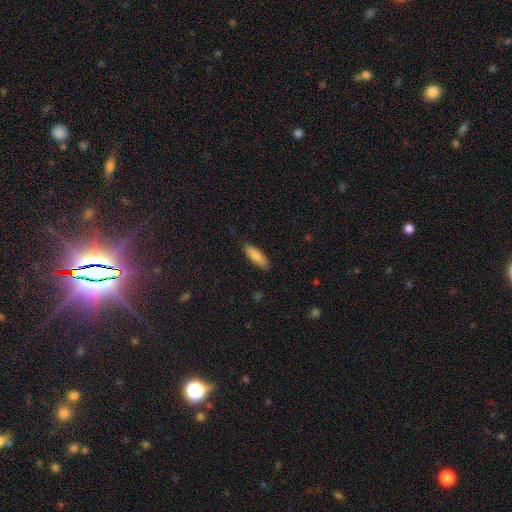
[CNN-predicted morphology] This appears to be a smooth galaxy with no disk features (86%) that is in between round and cigar-shaped (50%). Merging: none (86%).